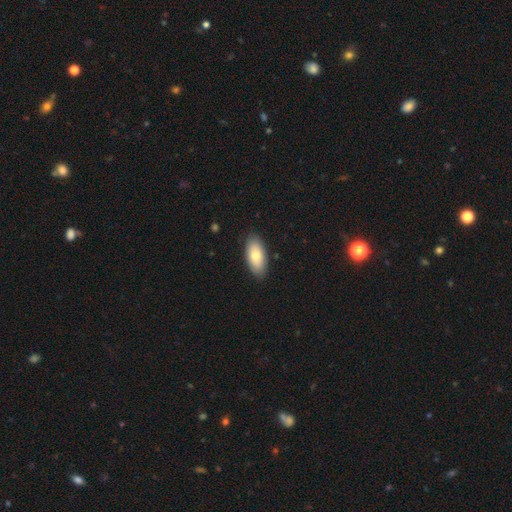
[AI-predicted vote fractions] Smooth or featured: smooth — 77% (featured or disk — 17%)
How rounded: in between — 92% (cigar-shaped — 6%)
Merging: none — 87% (minor disturbance — 10%)